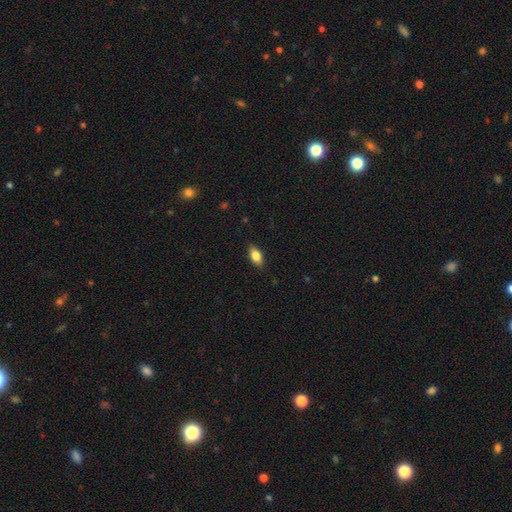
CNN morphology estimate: Q: Smooth or featured?
A: smooth (82%); runner-up: featured or disk (11%)
Q: How rounded?
A: in between (90%); runner-up: cigar-shaped (6%)
Q: Merging?
A: none (87%); runner-up: minor disturbance (10%)